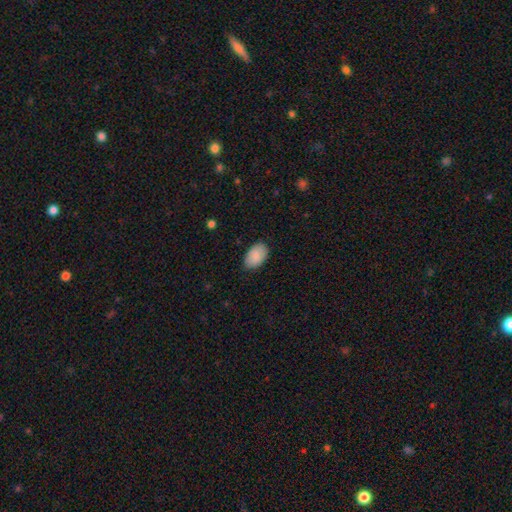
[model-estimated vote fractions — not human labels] smooth-or-featured: smooth: 89% | star or artifact: 6% | featured or disk: 4%
  how-rounded: in between: 92% | round: 6% | cigar-shaped: 1%
  merging: none: 84% | minor disturbance: 13% | major disturbance: 2% | merger: 1%